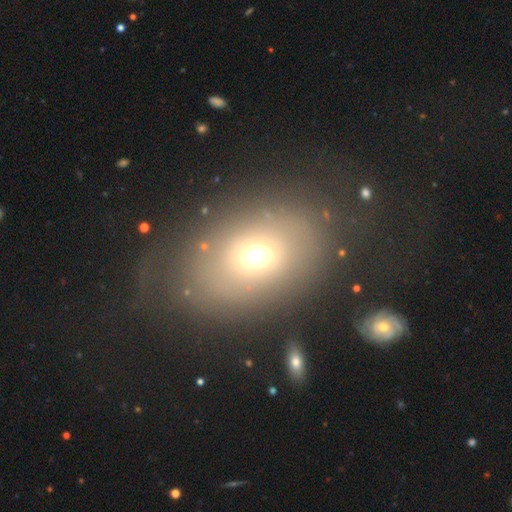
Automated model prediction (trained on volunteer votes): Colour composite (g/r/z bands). It shows a smooth galaxy with no disk features (60%) that is in between round and cigar-shaped (69%). Merging: none (66%).